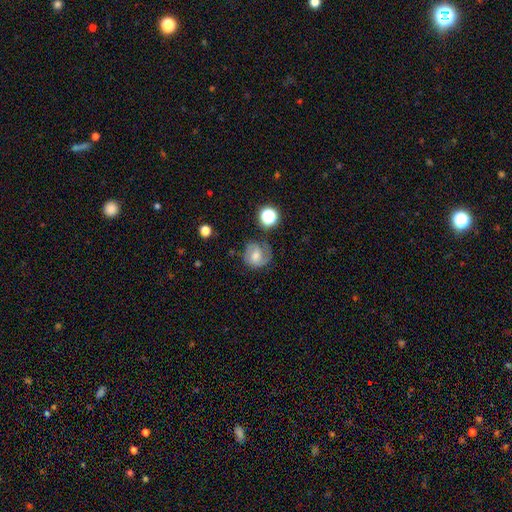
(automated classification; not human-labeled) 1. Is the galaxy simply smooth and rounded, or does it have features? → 50% featured or disk, 39% smooth, 10% star or artifact.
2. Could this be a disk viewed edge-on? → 97% no, 3% yes.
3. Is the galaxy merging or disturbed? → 61% none, 22% minor disturbance, 12% major disturbance, 4% merger.